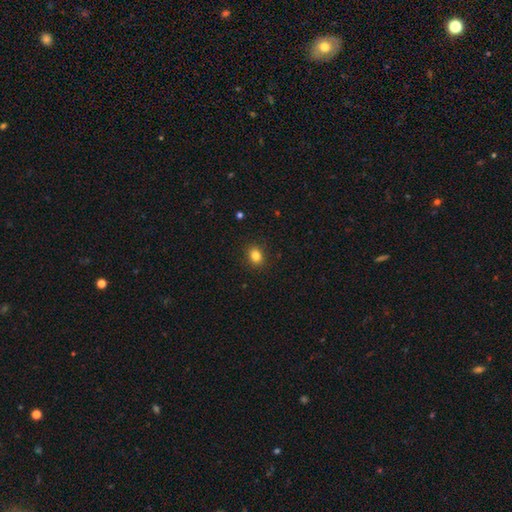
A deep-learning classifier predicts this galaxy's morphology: Smooth or featured?
  - smooth: 83% *
  - star or artifact: 11%
  - featured or disk: 6%
How rounded?
  - round: 55% *
  - in between: 45%
  - cigar-shaped: 1%
Merging?
  - none: 89% *
  - minor disturbance: 7%
  - major disturbance: 2%
  - merger: 1%